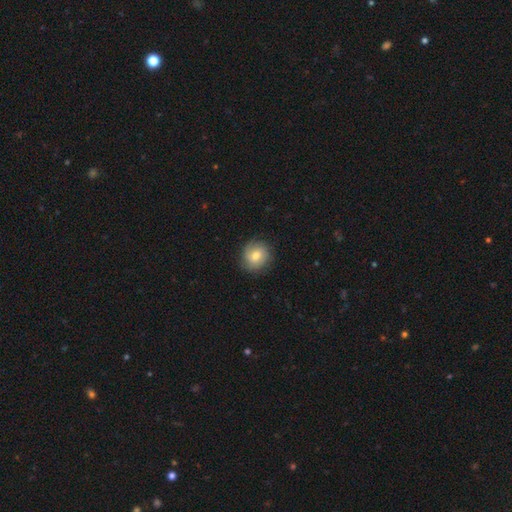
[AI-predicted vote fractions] Smooth or featured?
  - smooth: 69% *
  - featured or disk: 23%
  - star or artifact: 8%
How rounded?
  - round: 85% *
  - in between: 14%
  - cigar-shaped: 1%
Merging?
  - none: 84% *
  - minor disturbance: 12%
  - major disturbance: 3%
  - merger: 1%